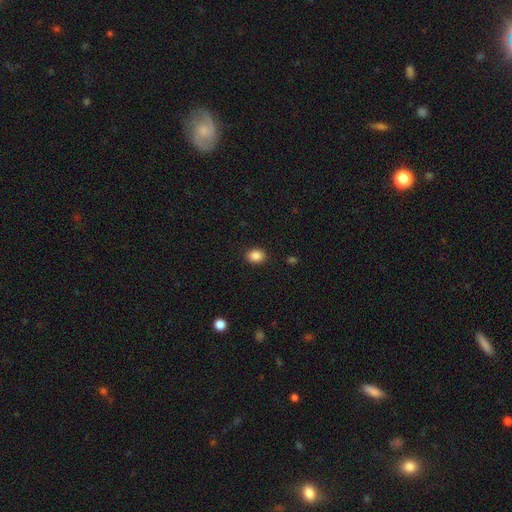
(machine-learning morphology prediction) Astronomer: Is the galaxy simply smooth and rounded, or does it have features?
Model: smooth — 87%.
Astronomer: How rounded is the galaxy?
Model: in between — 54% (runner-up: round, 45%).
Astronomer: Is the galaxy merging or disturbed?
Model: none — 89%.